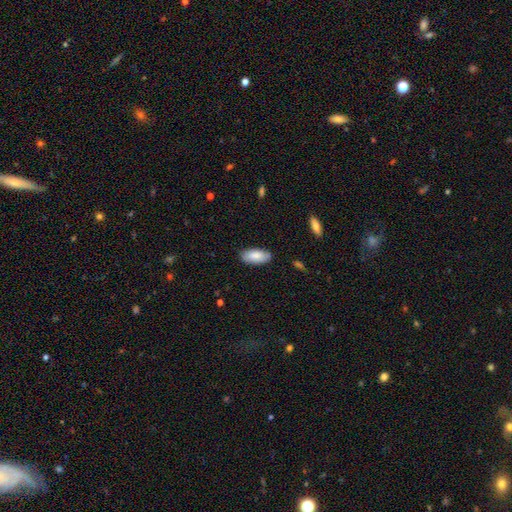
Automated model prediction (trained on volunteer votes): Smooth or featured?
  - smooth: 84% *
  - featured or disk: 10%
  - star or artifact: 6%
How rounded?
  - in between: 92% *
  - cigar-shaped: 7%
  - round: 2%
Merging?
  - none: 84% *
  - minor disturbance: 13%
  - major disturbance: 2%
  - merger: 1%